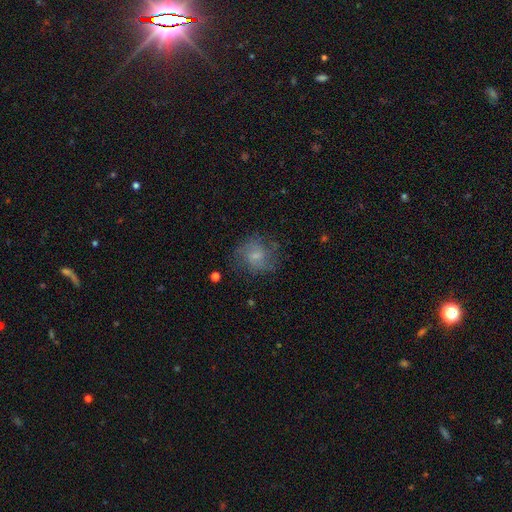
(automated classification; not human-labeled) Smooth or featured: smooth — 53% (featured or disk — 37%)
How rounded: round — 73% (in between — 25%)
Merging: none — 64% (minor disturbance — 20%)